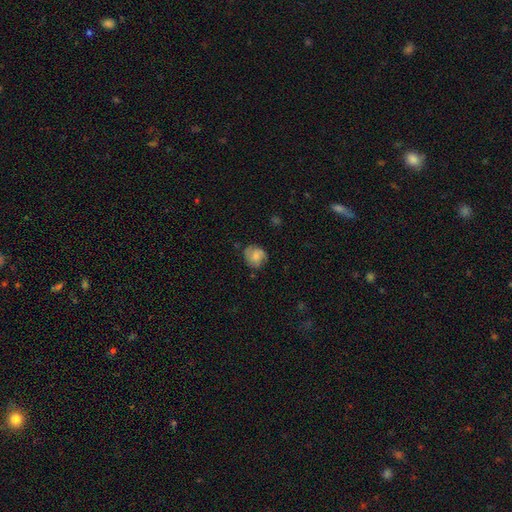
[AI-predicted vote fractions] Q: Smooth or featured?
A: smooth (49%); runner-up: featured or disk (43%)
Q: Merging?
A: none (70%); runner-up: minor disturbance (22%)